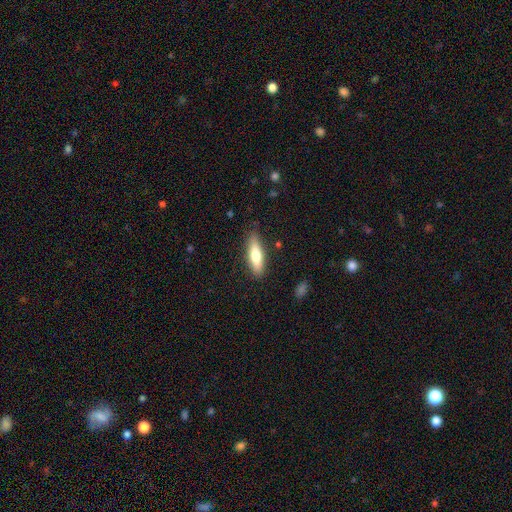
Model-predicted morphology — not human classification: A smooth galaxy with no disk features (69%) that is cigar-shaped (58%). Merging: none (85%).